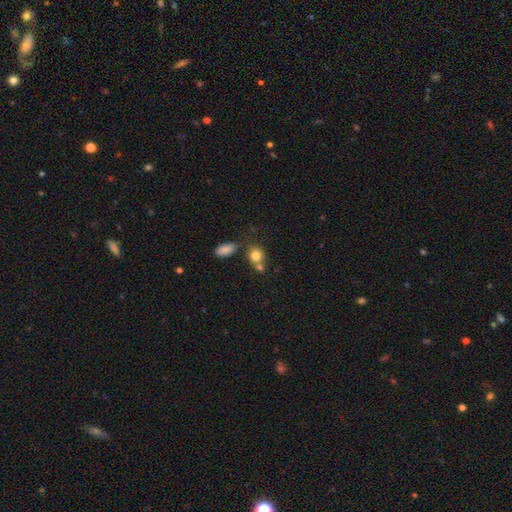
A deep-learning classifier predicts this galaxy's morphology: A smooth galaxy with no disk features (80%) that is round (70%). Merging: none (51%).